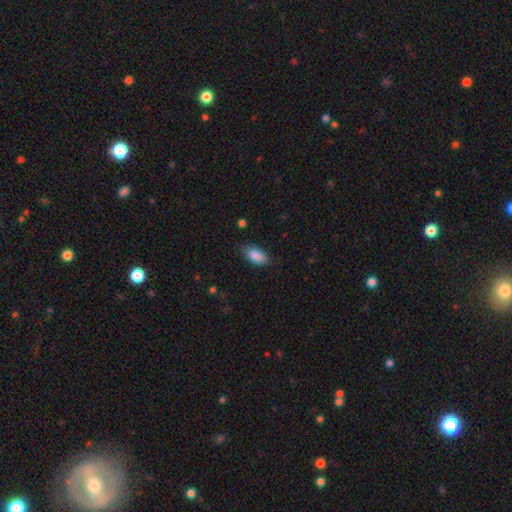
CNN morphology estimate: The model was most divided on "merging": none: 78%, minor disturbance: 18%, major disturbance: 3%, merger: 1%. More confident: how rounded — in between (91%); smooth or featured — smooth (89%).